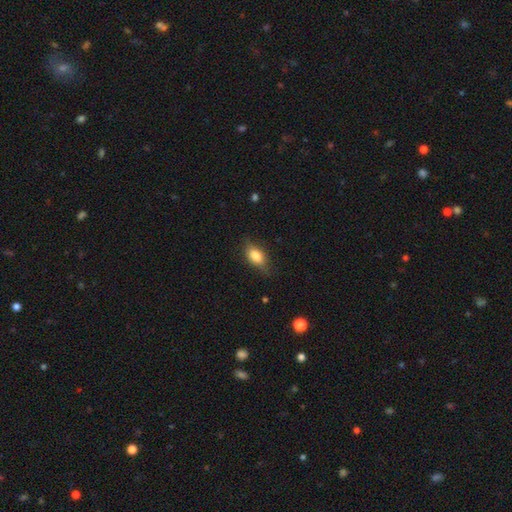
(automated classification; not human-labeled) Smooth or featured?
  - smooth: 78% *
  - featured or disk: 14%
  - star or artifact: 8%
How rounded?
  - in between: 83% *
  - round: 9%
  - cigar-shaped: 8%
Merging?
  - none: 70% *
  - minor disturbance: 23%
  - major disturbance: 6%
  - merger: 1%